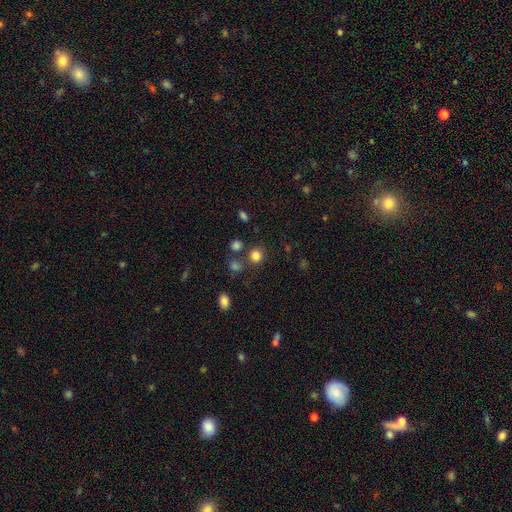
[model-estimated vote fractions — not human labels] Morphology: type=smooth (81%); roundness=round (85%); merging=none (76%).